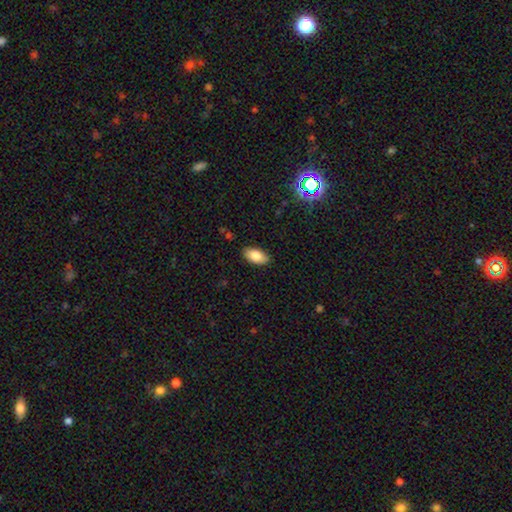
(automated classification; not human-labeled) Overall: smooth (83%). How rounded: in between (93%). Merging: none (87%).